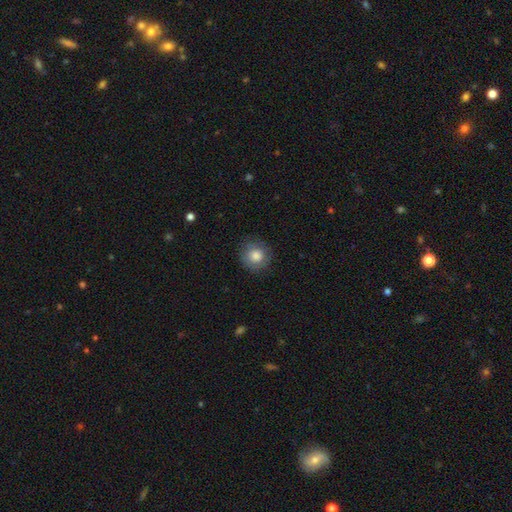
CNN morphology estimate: smooth-or-featured: smooth: 81% | featured or disk: 11% | star or artifact: 8%
  how-rounded: round: 92% | in between: 7% | cigar-shaped: 1%
  merging: none: 84% | minor disturbance: 12% | major disturbance: 4% | merger: 1%